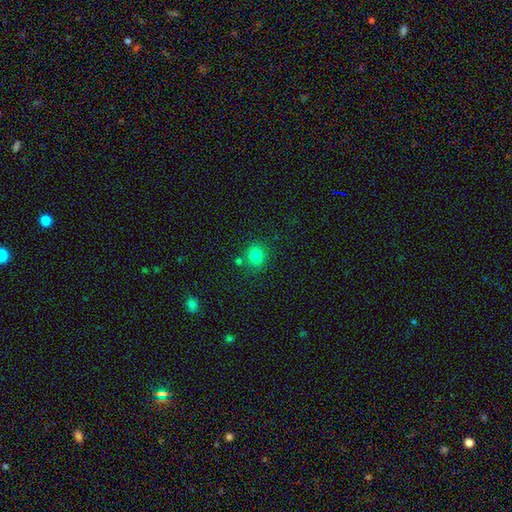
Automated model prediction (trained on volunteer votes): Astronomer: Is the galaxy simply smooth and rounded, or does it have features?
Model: smooth — 82%.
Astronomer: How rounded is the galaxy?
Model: round — 77%.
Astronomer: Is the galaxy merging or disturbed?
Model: none — 78%.